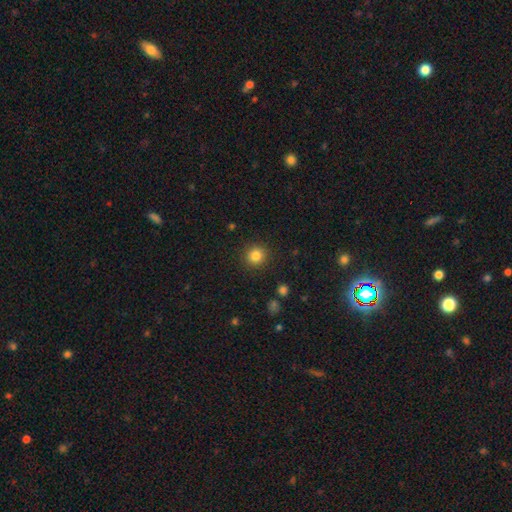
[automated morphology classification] The model was most divided on "smooth or featured": smooth: 83%, star or artifact: 11%, featured or disk: 5%. More confident: how rounded — round (91%); merging — none (91%).